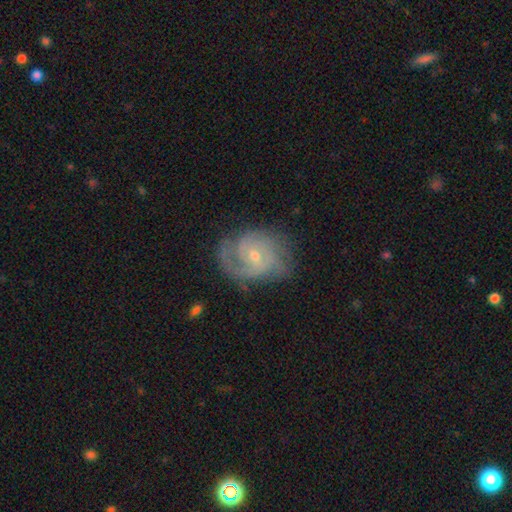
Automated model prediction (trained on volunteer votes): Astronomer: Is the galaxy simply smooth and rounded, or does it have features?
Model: featured or disk — 86%.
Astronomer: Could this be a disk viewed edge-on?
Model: no — 98%.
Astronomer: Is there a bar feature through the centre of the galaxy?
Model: no — 50% (runner-up: weak, 43%).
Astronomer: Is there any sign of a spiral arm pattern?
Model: yes — 96%.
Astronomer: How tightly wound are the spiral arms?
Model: tight — 50% (runner-up: medium, 40%).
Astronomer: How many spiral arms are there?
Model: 2 — 48%.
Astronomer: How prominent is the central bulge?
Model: small — 64%.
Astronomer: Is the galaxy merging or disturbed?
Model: none — 66%.